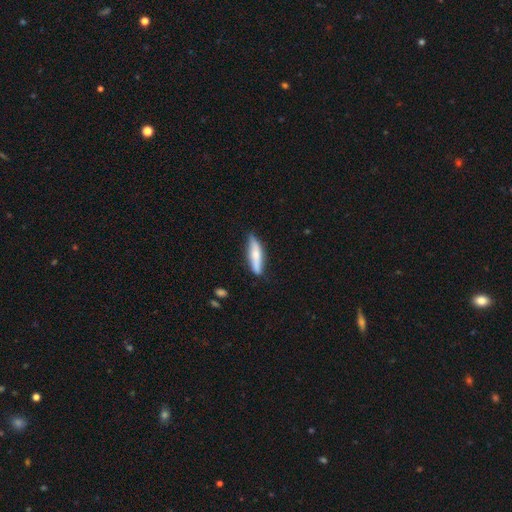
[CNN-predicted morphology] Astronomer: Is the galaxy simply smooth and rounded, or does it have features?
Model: smooth — 62%.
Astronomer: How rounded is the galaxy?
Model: cigar-shaped — 72%.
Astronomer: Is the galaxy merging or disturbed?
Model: none — 72%.